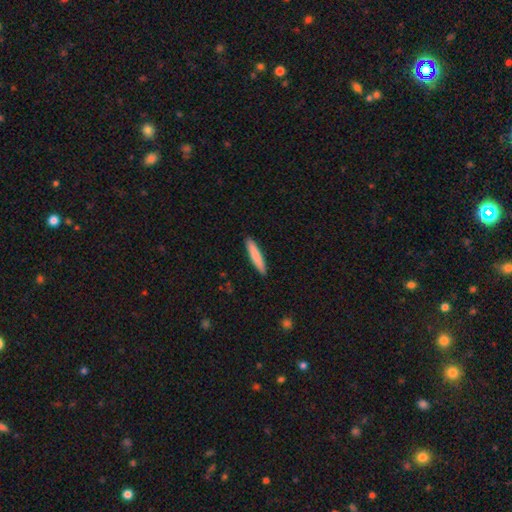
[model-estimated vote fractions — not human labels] Smooth or featured? Predicted: smooth (p=0.80). How rounded? Predicted: cigar-shaped (p=0.91). Merging? Predicted: none (p=0.91).